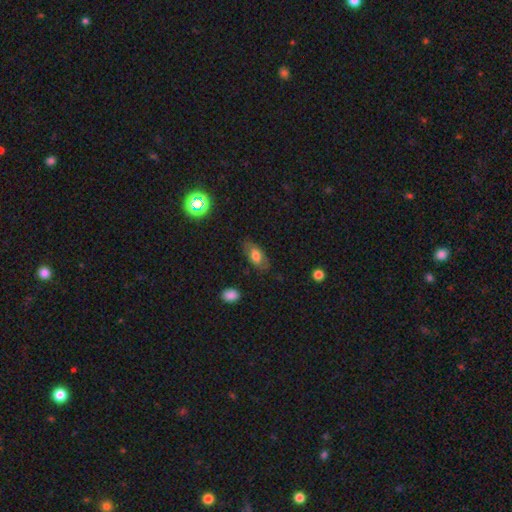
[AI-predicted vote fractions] smooth-or-featured: smooth: 63% | featured or disk: 27% | star or artifact: 10%
  how-rounded: in between: 88% | cigar-shaped: 7% | round: 5%
  merging: none: 78% | minor disturbance: 16% | major disturbance: 5% | merger: 1%